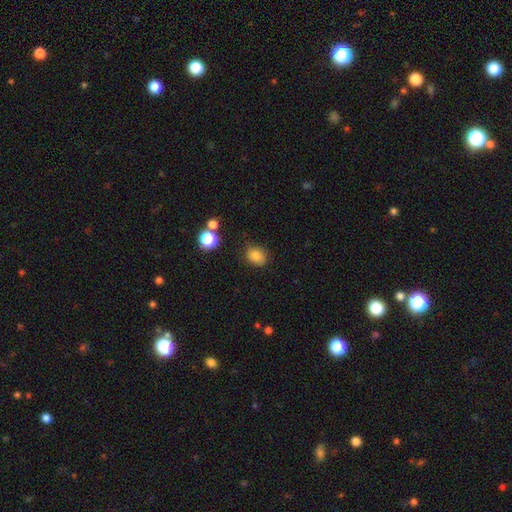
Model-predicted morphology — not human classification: Smooth or featured? smooth (81%)
How rounded? round (52%)
Merging? none (80%)